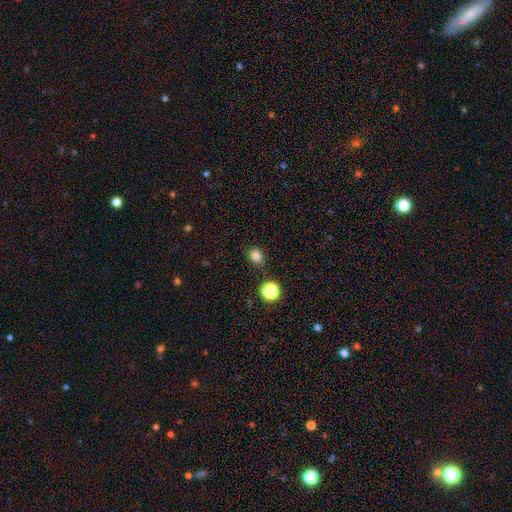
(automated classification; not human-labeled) Smooth or featured?
  - smooth: 81% *
  - star or artifact: 14%
  - featured or disk: 5%
How rounded?
  - round: 63% *
  - in between: 37%
  - cigar-shaped: 1%
Merging?
  - none: 83% *
  - minor disturbance: 11%
  - major disturbance: 3%
  - merger: 3%